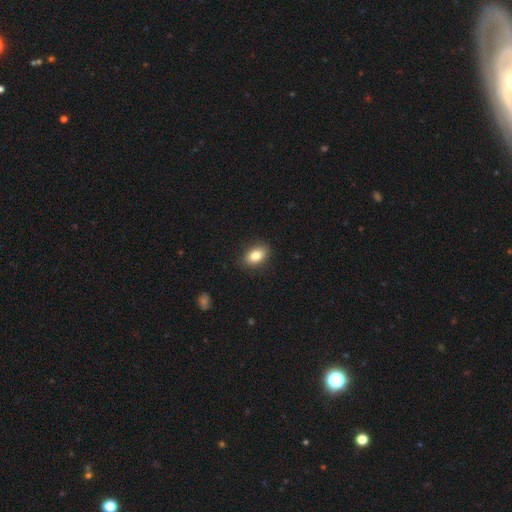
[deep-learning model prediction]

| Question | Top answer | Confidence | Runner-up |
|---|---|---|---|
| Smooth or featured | smooth | 83% | featured or disk (9%) |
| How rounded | in between | 84% | round (14%) |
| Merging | none | 87% | minor disturbance (10%) |